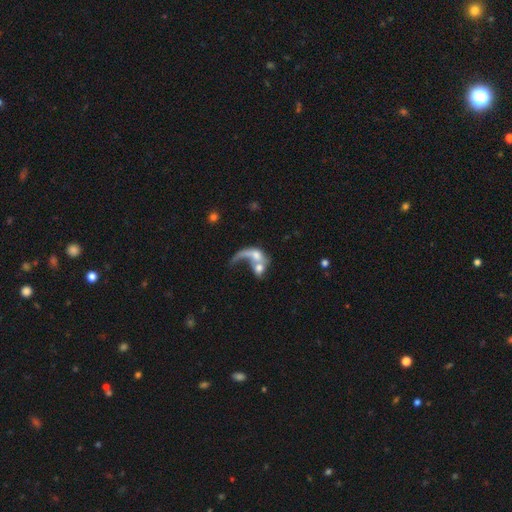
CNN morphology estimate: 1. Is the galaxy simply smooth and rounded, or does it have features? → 51% featured or disk, 39% smooth, 9% star or artifact.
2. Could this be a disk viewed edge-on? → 94% no, 6% yes.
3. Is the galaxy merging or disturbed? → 60% merger, 23% major disturbance, 11% none, 6% minor disturbance.